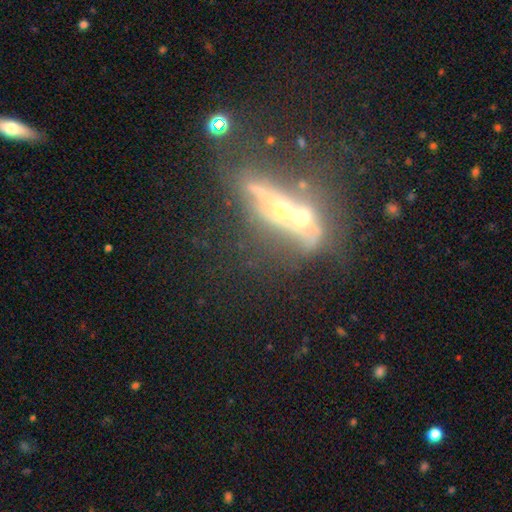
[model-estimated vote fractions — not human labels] Smooth or featured? Predicted: featured or disk (p=0.63). Edge-on disk? Predicted: yes (p=0.60). Merging? Predicted: merger (p=0.37).